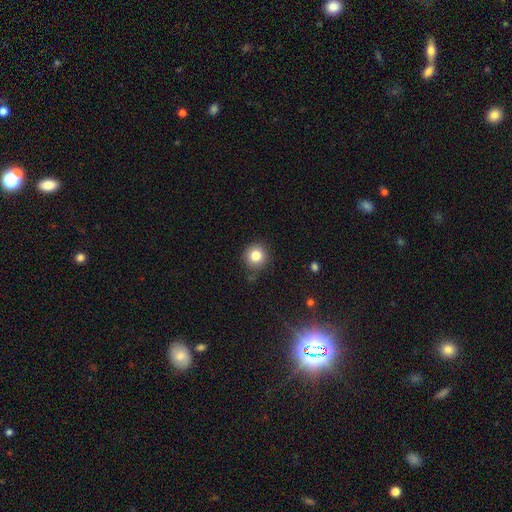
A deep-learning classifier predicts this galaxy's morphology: Smooth or featured?
  - smooth: 82% *
  - star or artifact: 11%
  - featured or disk: 7%
How rounded?
  - round: 92% *
  - in between: 7%
  - cigar-shaped: 1%
Merging?
  - none: 84% *
  - minor disturbance: 11%
  - major disturbance: 3%
  - merger: 2%